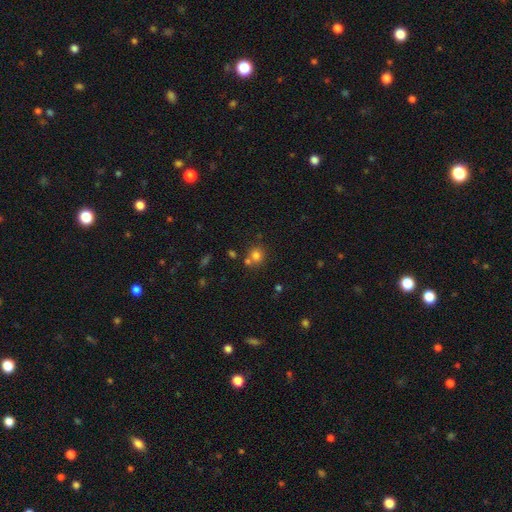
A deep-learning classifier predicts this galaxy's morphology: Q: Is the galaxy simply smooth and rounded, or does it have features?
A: smooth — 76%.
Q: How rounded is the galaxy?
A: round — 84%.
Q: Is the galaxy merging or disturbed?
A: none — 62%.